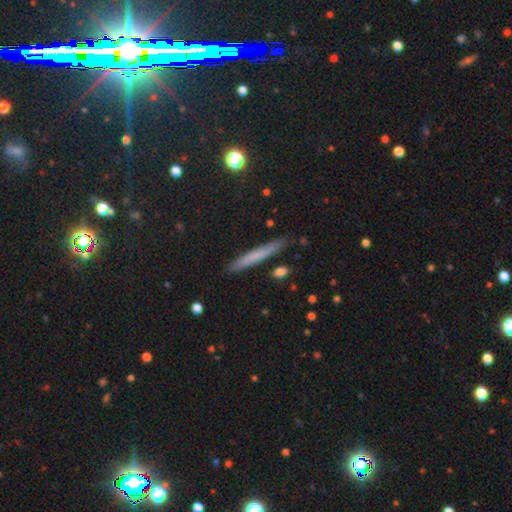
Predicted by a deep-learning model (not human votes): Smooth or featured?
  - smooth: 62% *
  - featured or disk: 28%
  - star or artifact: 9%
How rounded?
  - cigar-shaped: 96% *
  - in between: 3%
  - round: 2%
Merging?
  - none: 89% *
  - minor disturbance: 8%
  - merger: 2%
  - major disturbance: 2%